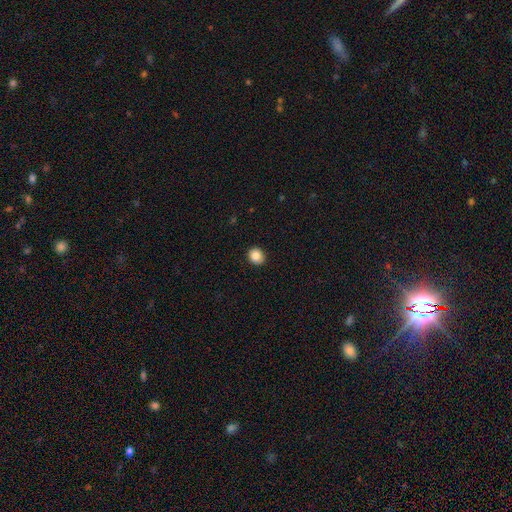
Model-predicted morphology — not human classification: A smooth galaxy with no disk features (86%) that is round (76%). Merging: none (91%).